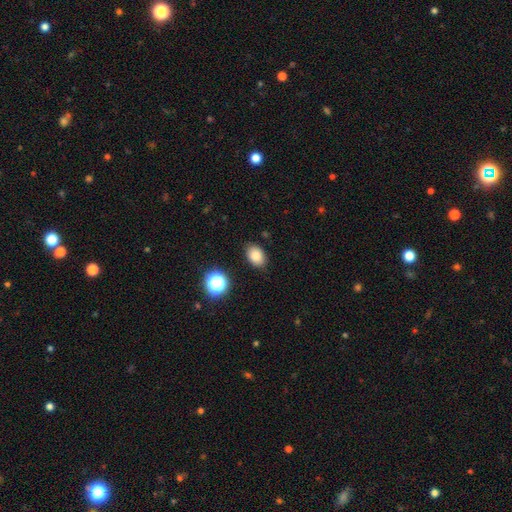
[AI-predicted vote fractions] Smooth or featured: smooth — 83% (star or artifact — 11%)
How rounded: in between — 81% (round — 18%)
Merging: none — 85% (minor disturbance — 10%)